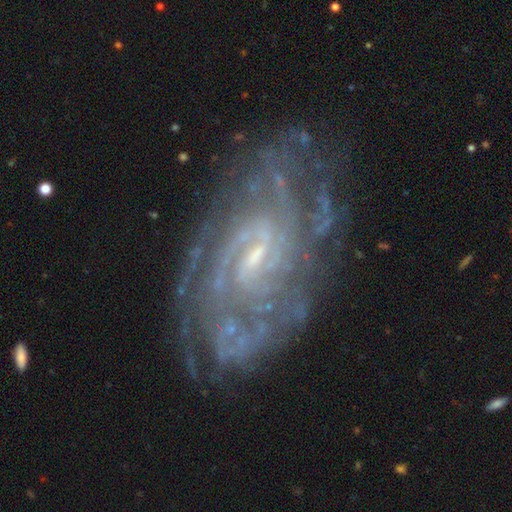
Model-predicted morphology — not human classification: A featured or disk galaxy (84%) with no bar (45%), tight (70%) spiral arms (94%) and a small central bulge (75%).

Vote fractions:
- Smooth or featured? featured or disk: 84% / star or artifact: 9% / smooth: 7%
- Edge-on disk? no: 95% / yes: 5%
- Bar? no: 45% / weak: 43% / strong: 13%
- Spiral arms? yes: 94% / no: 6%
- Spiral winding? tight: 70% / medium: 24% / loose: 6%
- Spiral arm count? can't tell: 42% / 2: 15% / 4: 13% / more than 4: 12% / 3: 11% / 1: 7%
- Bulge size? small: 75% / moderate: 16% / none: 7% / large: 1% / dominant: 1%
- Merging? none: 78% / minor disturbance: 14% / major disturbance: 6% / merger: 2%